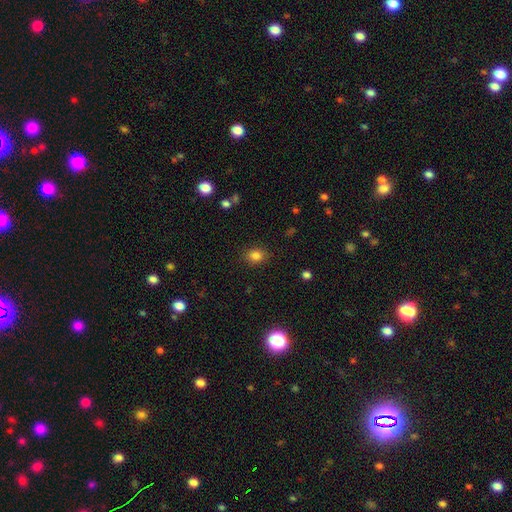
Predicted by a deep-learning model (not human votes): Smooth or featured? smooth (83%)
How rounded? round (62%)
Merging? none (87%)